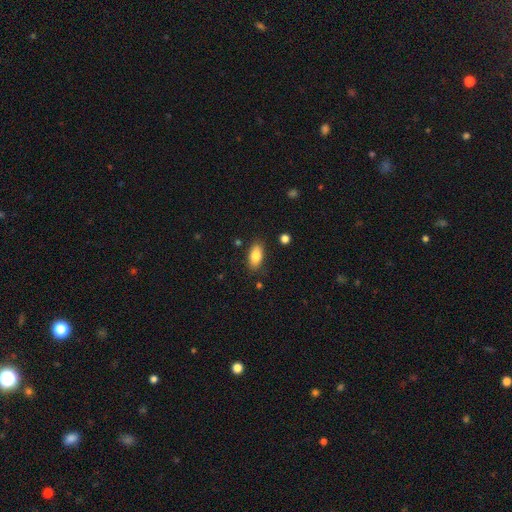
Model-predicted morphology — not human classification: Smooth or featured? smooth (83%)
How rounded? in between (90%)
Merging? none (83%)